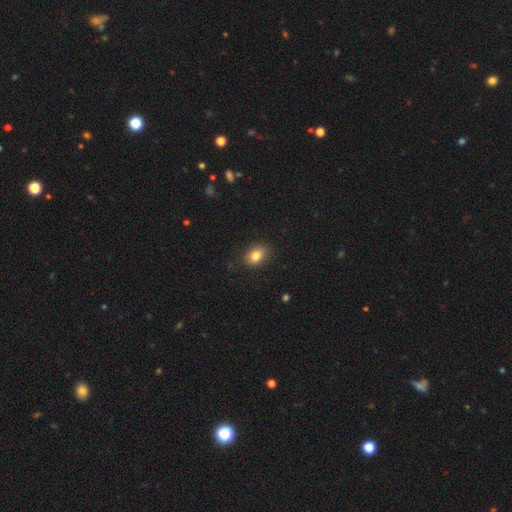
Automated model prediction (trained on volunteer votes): A smooth galaxy with no disk features (81%) that is in between round and cigar-shaped (71%). Merging: none (85%).